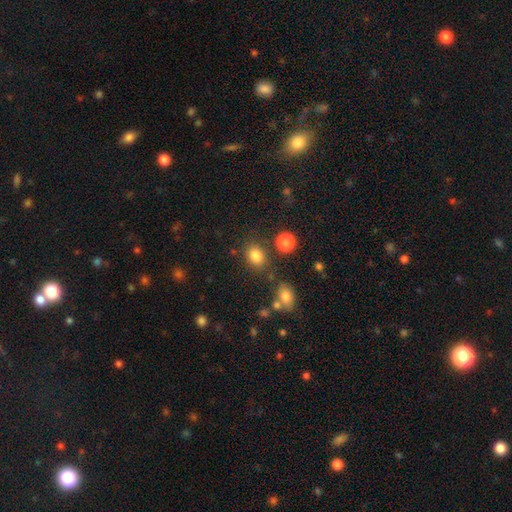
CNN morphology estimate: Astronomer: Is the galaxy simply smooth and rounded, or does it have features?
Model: smooth — 81%.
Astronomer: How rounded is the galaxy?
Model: in between — 51% (runner-up: round, 48%).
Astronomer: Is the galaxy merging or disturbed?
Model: none — 76%.